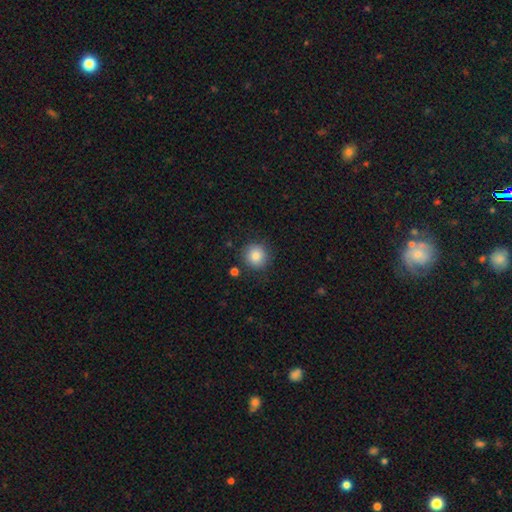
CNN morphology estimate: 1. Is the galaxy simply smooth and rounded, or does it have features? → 83% smooth, 10% star or artifact, 7% featured or disk.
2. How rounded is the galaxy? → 93% round, 6% in between, 1% cigar-shaped.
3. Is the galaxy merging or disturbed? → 87% none, 8% minor disturbance, 3% major disturbance, 2% merger.